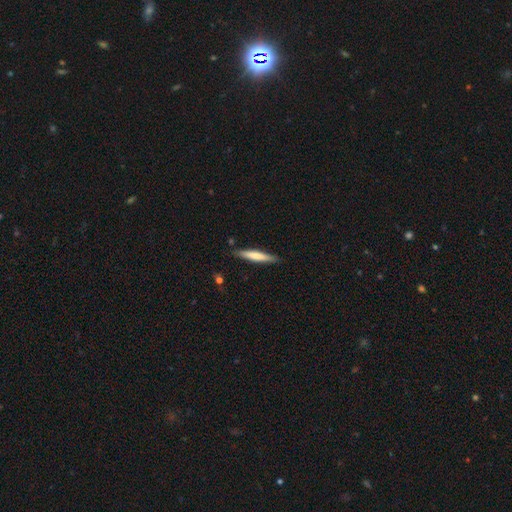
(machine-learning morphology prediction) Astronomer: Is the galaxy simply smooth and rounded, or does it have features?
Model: smooth — 66%.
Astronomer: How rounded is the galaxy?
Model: cigar-shaped — 92%.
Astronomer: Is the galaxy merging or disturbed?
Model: none — 87%.